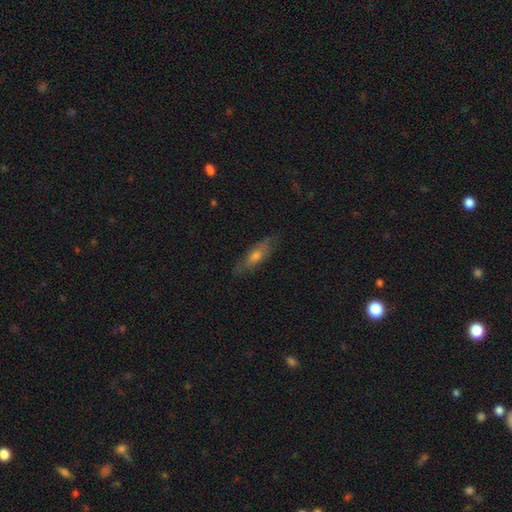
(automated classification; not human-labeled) smooth-or-featured: smooth: 48% | featured or disk: 43% | star or artifact: 9%
  merging: none: 80% | minor disturbance: 15% | major disturbance: 4% | merger: 1%